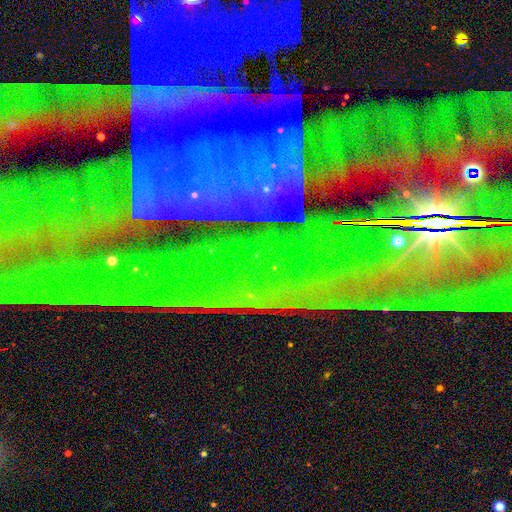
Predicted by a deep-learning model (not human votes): A star or artifact, not a galaxy (84%).